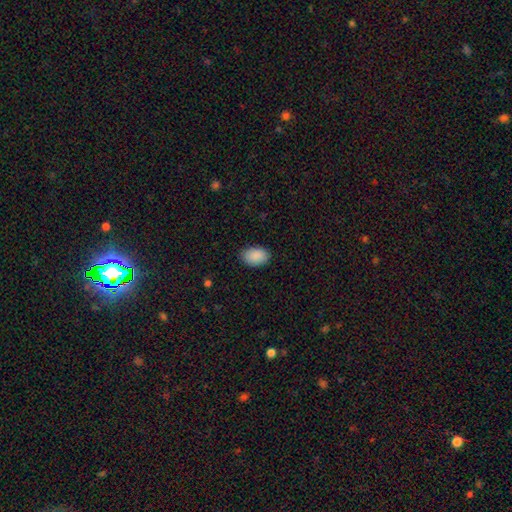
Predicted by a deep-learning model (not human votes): Smooth or featured: smooth — 91% (star or artifact — 6%)
How rounded: in between — 89% (round — 10%)
Merging: none — 87% (minor disturbance — 10%)